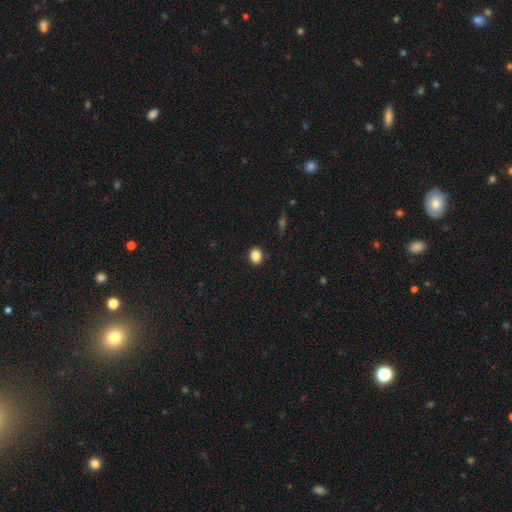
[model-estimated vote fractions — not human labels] Smooth or featured? smooth (86%)
How rounded? round (53%)
Merging? none (90%)